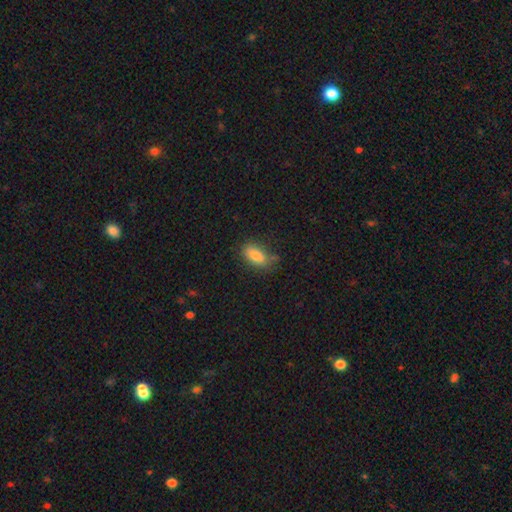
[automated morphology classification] Smooth or featured: smooth — 83% (featured or disk — 9%)
How rounded: in between — 86% (cigar-shaped — 10%)
Merging: none — 71% (minor disturbance — 21%)